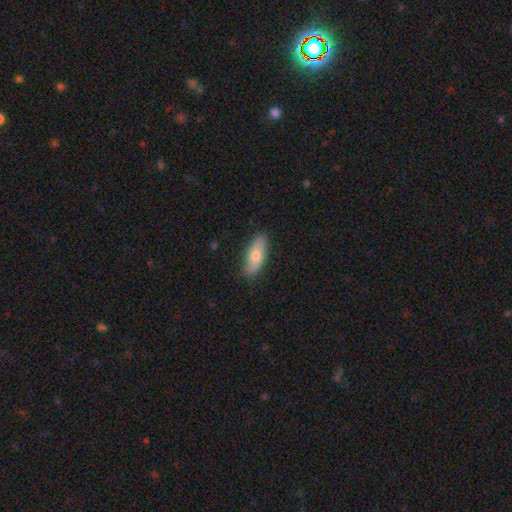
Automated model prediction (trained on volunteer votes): Morphology: type=smooth (68%); roundness=in between (75%); merging=none (84%).